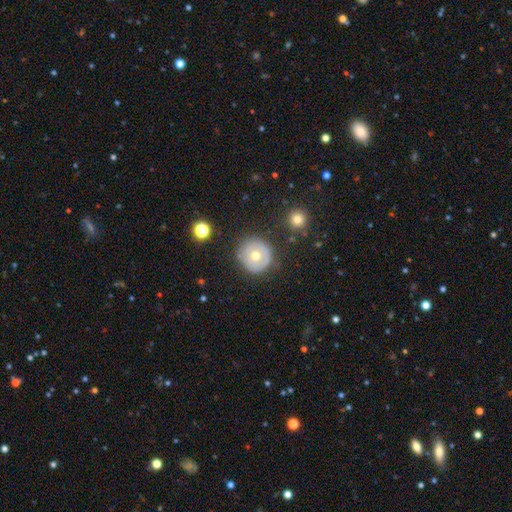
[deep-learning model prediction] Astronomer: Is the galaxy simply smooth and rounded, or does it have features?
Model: smooth — 57% (runner-up: featured or disk, 33%).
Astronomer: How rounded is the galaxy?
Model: round — 94%.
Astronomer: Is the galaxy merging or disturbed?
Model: none — 84%.